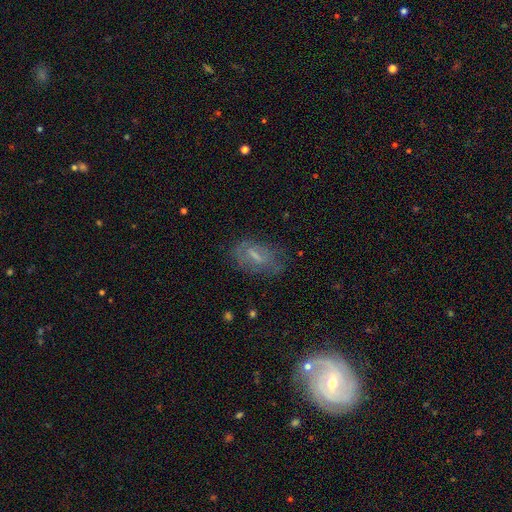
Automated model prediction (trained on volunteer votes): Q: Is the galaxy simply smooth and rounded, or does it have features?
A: featured or disk — 47%.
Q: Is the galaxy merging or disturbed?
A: none — 60%.